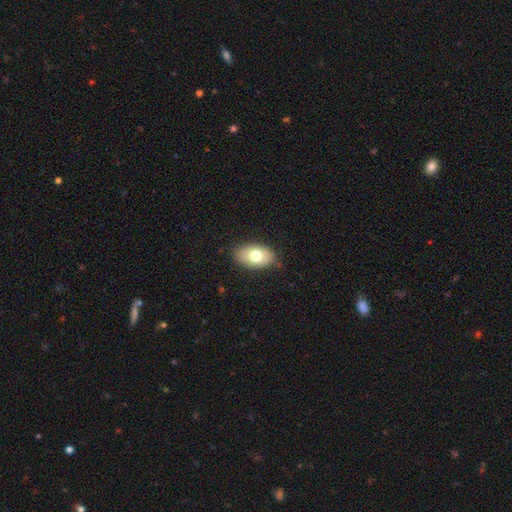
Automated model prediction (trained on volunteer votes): The model was most divided on "smooth or featured": smooth: 69%, featured or disk: 23%, star or artifact: 7%. More confident: how rounded — in between (91%); merging — none (84%).